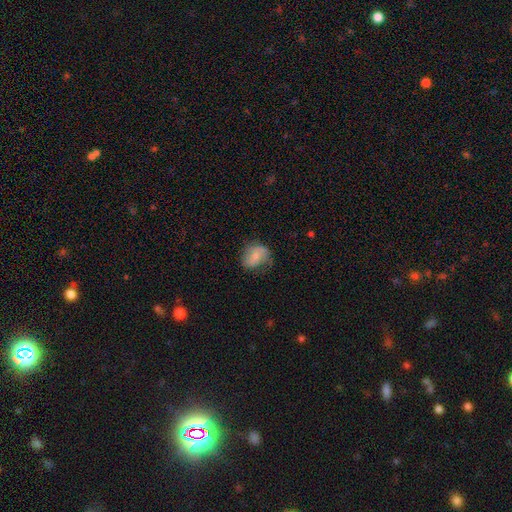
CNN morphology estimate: type=smooth (54%); roundness=in between (52%); merging=none (59%).